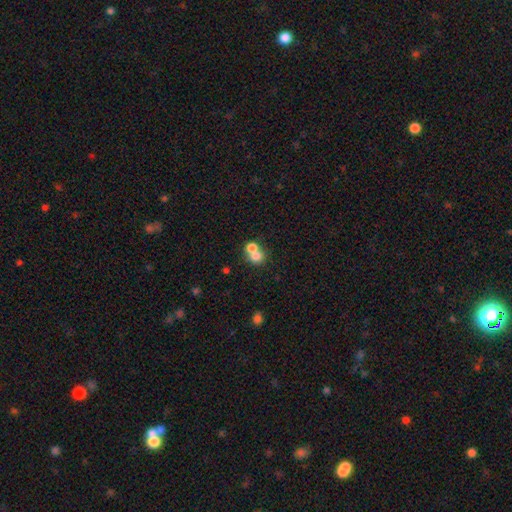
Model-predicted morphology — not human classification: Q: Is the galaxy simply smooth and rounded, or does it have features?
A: smooth — 74%.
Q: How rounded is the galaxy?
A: round — 73%.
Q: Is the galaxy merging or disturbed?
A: merger — 62%.